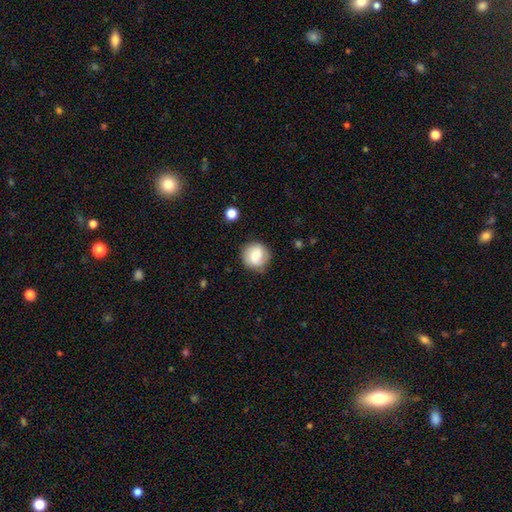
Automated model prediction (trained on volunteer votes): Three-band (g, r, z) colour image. It shows a smooth galaxy with no disk features (75%) that is round (90%). Merging: none (80%).